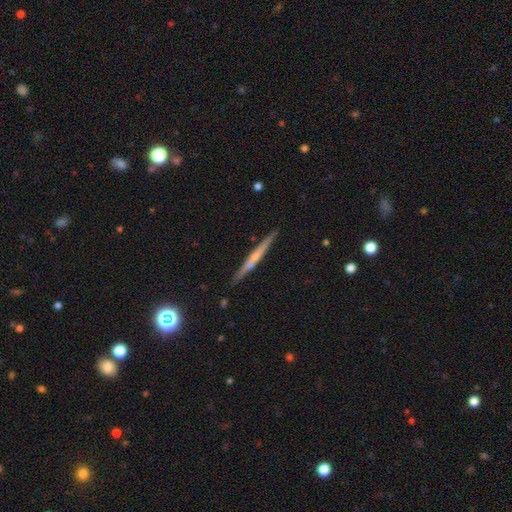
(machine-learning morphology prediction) smooth-or-featured: featured or disk: 62% | smooth: 32% | star or artifact: 7%
  disk-edge-on: yes: 97% | no: 3%
    edge-on-bulge: none: 53% | rounded: 40% | boxy: 7%
  merging: none: 86% | minor disturbance: 9% | merger: 3% | major disturbance: 2%